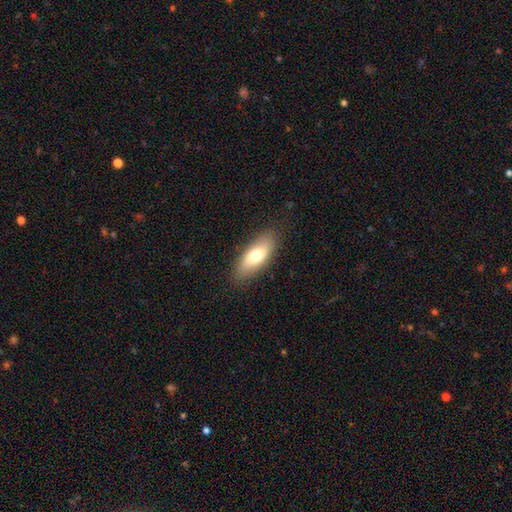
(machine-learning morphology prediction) Smooth or featured? Predicted: smooth (p=0.72). How rounded? Predicted: in between (p=0.76). Merging? Predicted: none (p=0.86).